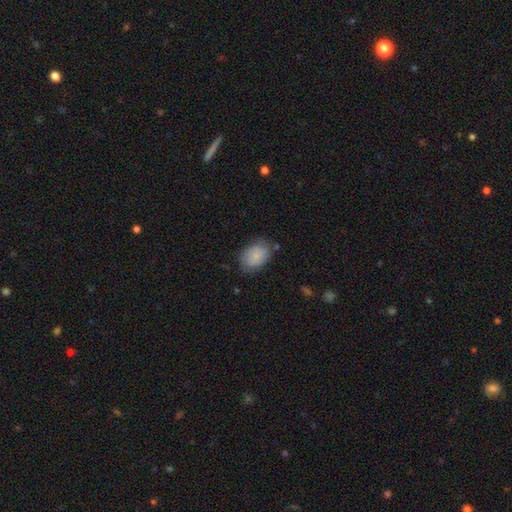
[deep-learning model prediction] Morphology: type=smooth (82%); roundness=in between (78%); merging=none (69%).